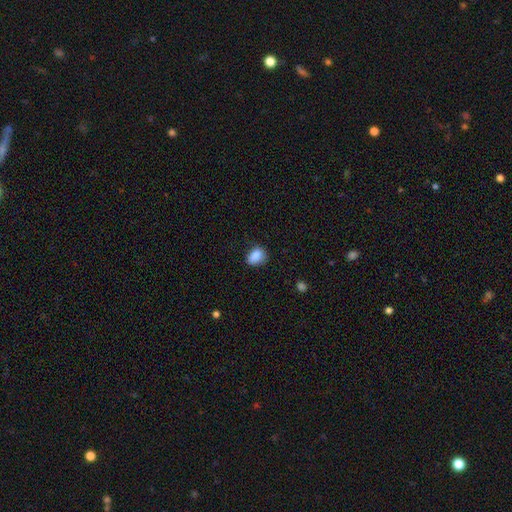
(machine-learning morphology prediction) smooth-or-featured: smooth: 86% | star or artifact: 9% | featured or disk: 5%
  how-rounded: in between: 68% | round: 31% | cigar-shaped: 1%
  merging: none: 64% | minor disturbance: 28% | major disturbance: 6% | merger: 2%